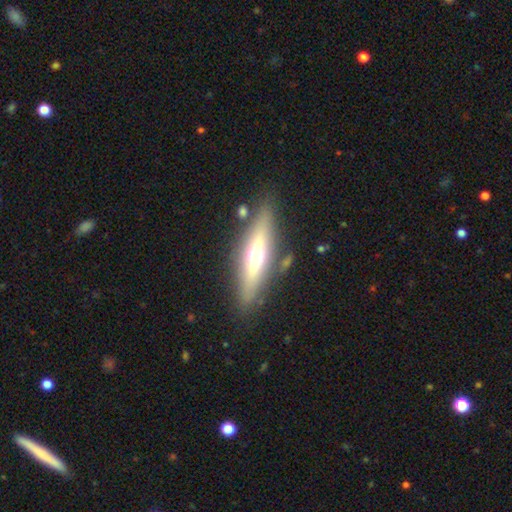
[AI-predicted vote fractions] A featured or disk galaxy (60%) viewed edge-on (88%) with a rounded central bulge (92%). Merging: none (82%).